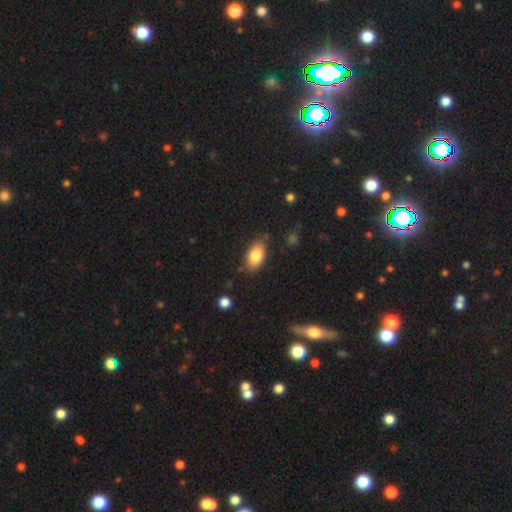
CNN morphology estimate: Smooth or featured: smooth — 82% (featured or disk — 11%)
How rounded: in between — 91% (round — 6%)
Merging: none — 80% (minor disturbance — 14%)